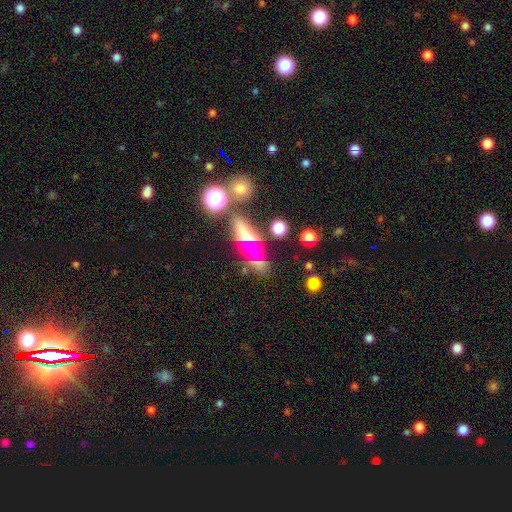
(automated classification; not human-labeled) Q: Smooth or featured?
A: smooth (46%); runner-up: featured or disk (27%)
Q: Merging?
A: none (70%); runner-up: minor disturbance (12%)